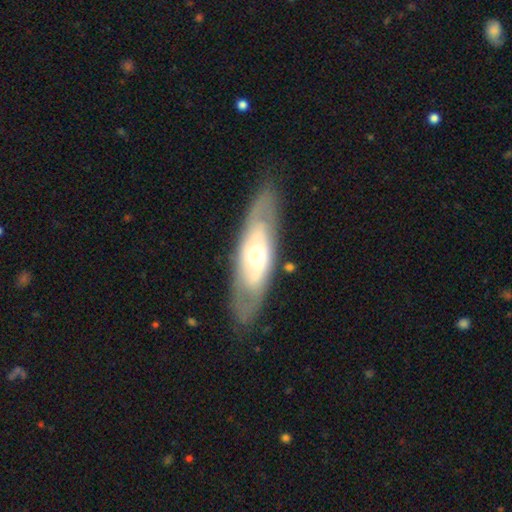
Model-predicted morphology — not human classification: Smooth or featured? featured or disk (66%)
Edge-on disk? no (76%)
Bar? no (74%)
Spiral arms? no (55%)
Bulge size? moderate (66%)
Merging? none (81%)